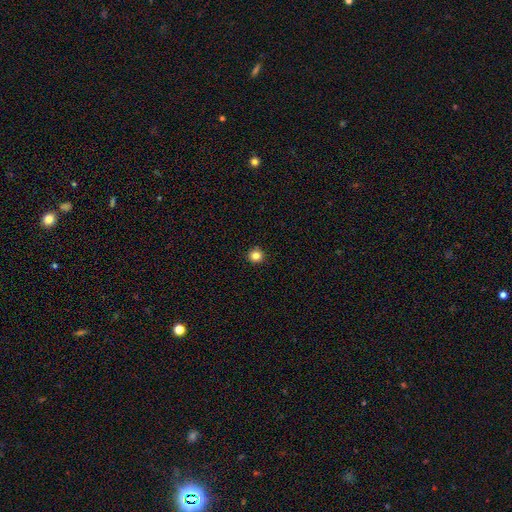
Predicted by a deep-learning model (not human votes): Smooth or featured? smooth (83%)
How rounded? round (94%)
Merging? none (93%)